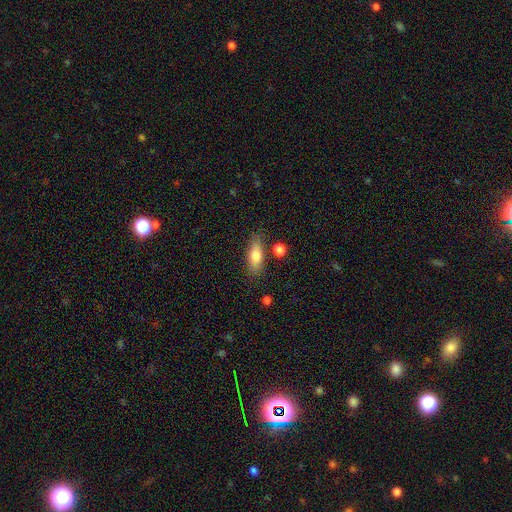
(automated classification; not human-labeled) A smooth galaxy with no disk features (77%) that is in between round and cigar-shaped (67%).

Vote fractions:
- Smooth or featured? smooth: 77% / featured or disk: 16% / star or artifact: 7%
- How rounded? in between: 67% / cigar-shaped: 29% / round: 4%
- Merging? none: 77% / minor disturbance: 14% / merger: 5% / major disturbance: 4%